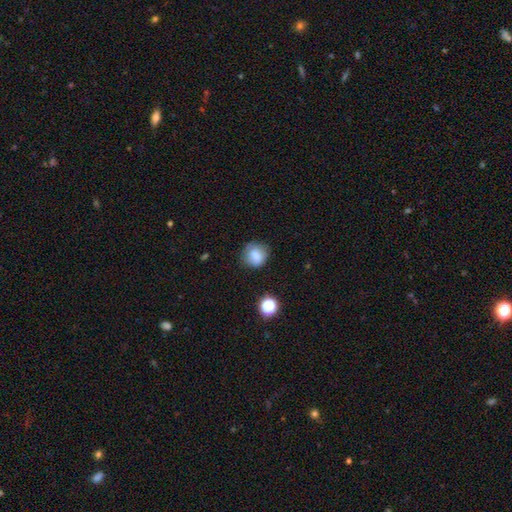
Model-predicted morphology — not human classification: This is likely a smooth galaxy (79%). How rounded: likely round (80%). Merging: likely none (71%).